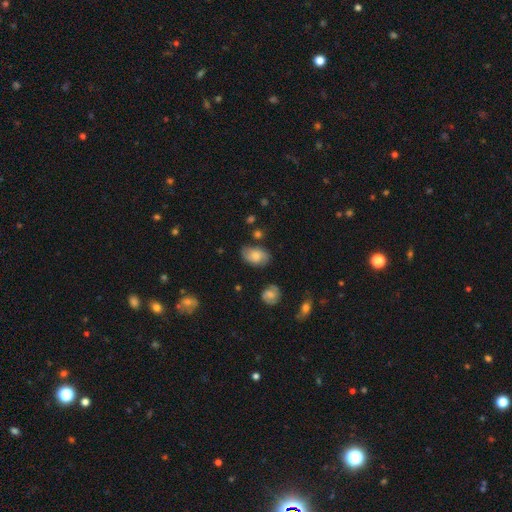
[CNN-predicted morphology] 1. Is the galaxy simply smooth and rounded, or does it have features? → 62% smooth, 29% featured or disk, 9% star or artifact.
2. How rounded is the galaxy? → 85% in between, 13% round, 2% cigar-shaped.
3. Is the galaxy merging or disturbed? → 68% none, 23% minor disturbance, 6% major disturbance, 3% merger.